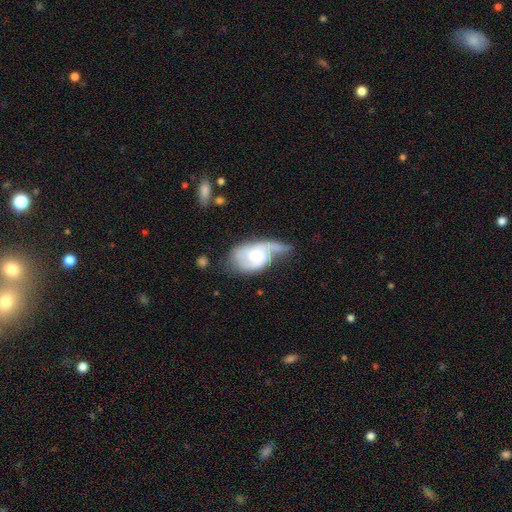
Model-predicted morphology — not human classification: Smooth or featured? featured or disk (69%)
Edge-on disk? no (95%)
Bar? no (56%)
Spiral arms? yes (86%)
Spiral winding? medium (40%)
Spiral arm count? 2 (44%)
Bulge size? moderate (62%)
Merging? major disturbance (34%)